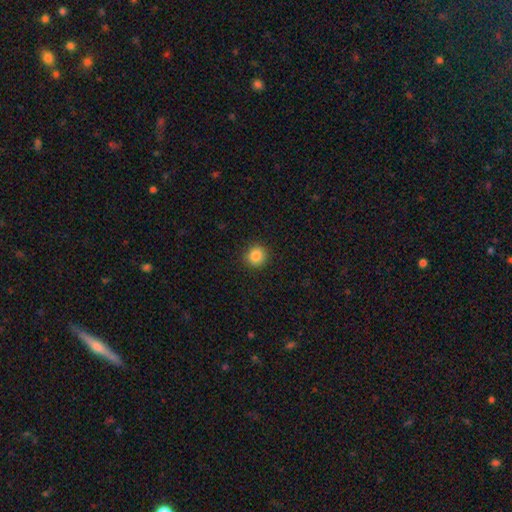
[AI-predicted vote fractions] Smooth or featured: smooth — 86% (star or artifact — 10%)
How rounded: round — 91% (in between — 8%)
Merging: none — 91% (minor disturbance — 6%)